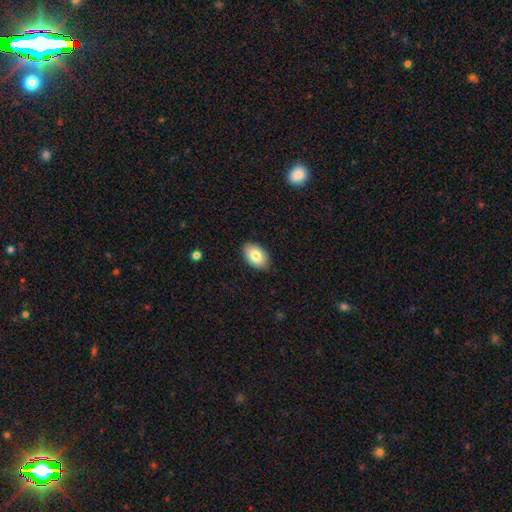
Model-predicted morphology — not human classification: Smooth or featured? Predicted: smooth (p=0.82). How rounded? Predicted: in between (p=0.93). Merging? Predicted: none (p=0.87).